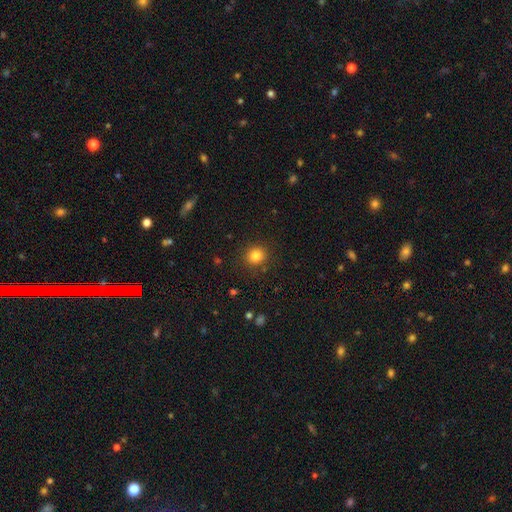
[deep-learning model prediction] Overall: smooth (83%). How rounded: round (86%). Merging: none (88%).